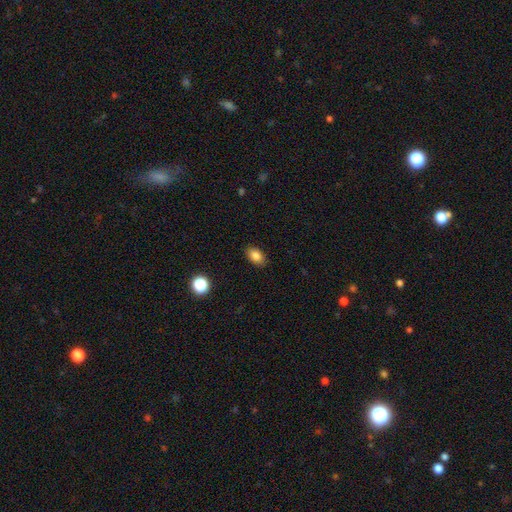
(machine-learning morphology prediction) Q: Smooth or featured?
A: smooth (84%); runner-up: star or artifact (10%)
Q: How rounded?
A: in between (85%); runner-up: round (14%)
Q: Merging?
A: none (88%); runner-up: minor disturbance (9%)